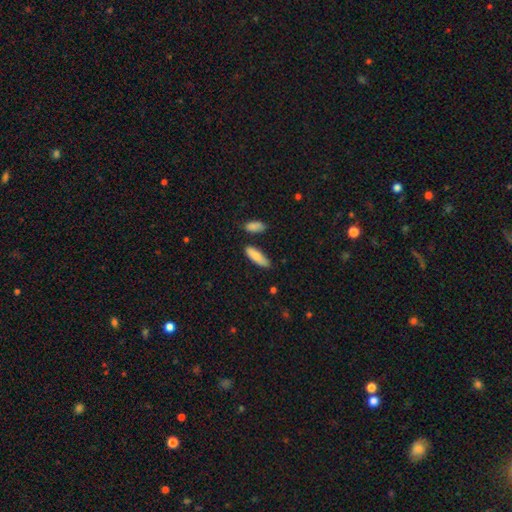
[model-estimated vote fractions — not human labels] Morphology: type=smooth (83%); roundness=in between (52%); merging=none (76%).